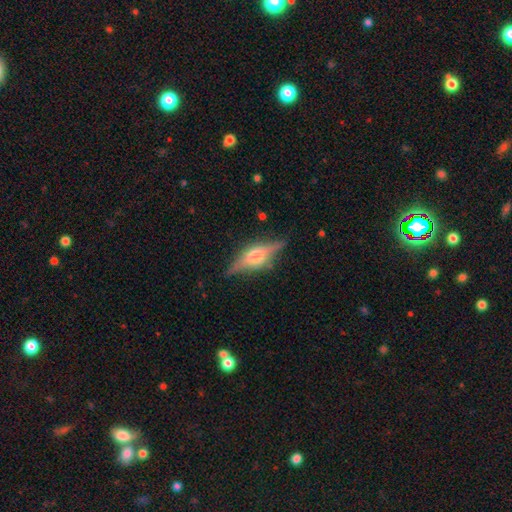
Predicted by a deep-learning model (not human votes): Overall: featured or disk (75%). Edge-on disk: yes (95%). Edge-on bulge: rounded (88%). Merging: none (83%).